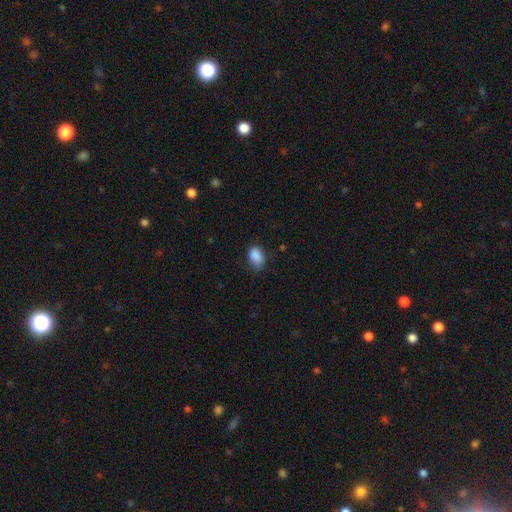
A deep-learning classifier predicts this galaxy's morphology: The model was most divided on "merging": none: 65%, minor disturbance: 27%, major disturbance: 7%, merger: 1%. More confident: smooth or featured — smooth (88%); how rounded — in between (80%).